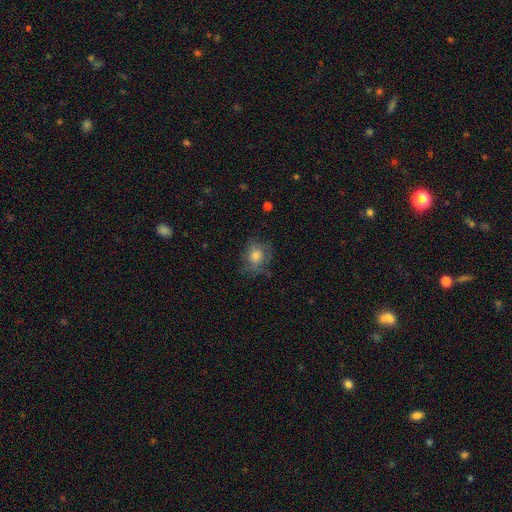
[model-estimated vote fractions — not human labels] smooth_or_featured: smooth (p=0.64) [alt: featured or disk p=0.25]
how_rounded: round (p=0.61) [alt: in between p=0.38]
merging: none (p=0.66) [alt: minor disturbance p=0.22]